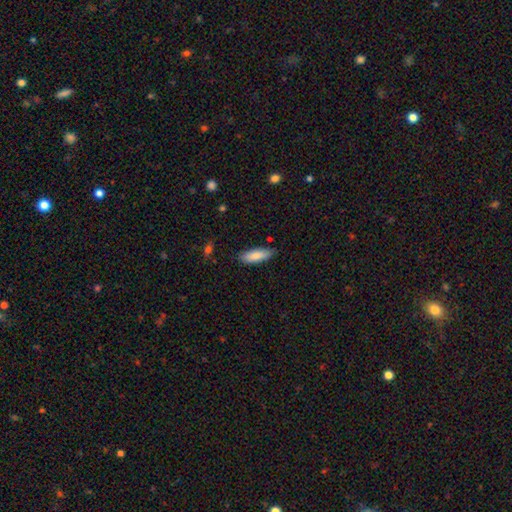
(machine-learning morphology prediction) A smooth galaxy with no disk features (83%) that is in between round and cigar-shaped (58%). Merging: none (82%).